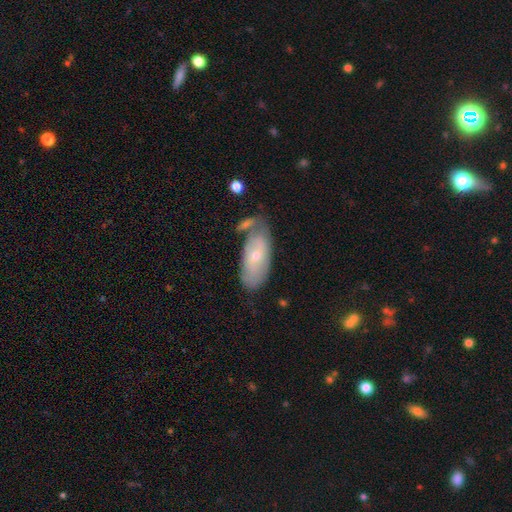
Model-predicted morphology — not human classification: Smooth or featured: smooth — 52% (featured or disk — 42%)
How rounded: in between — 88% (cigar-shaped — 8%)
Merging: none — 51% (minor disturbance — 24%)